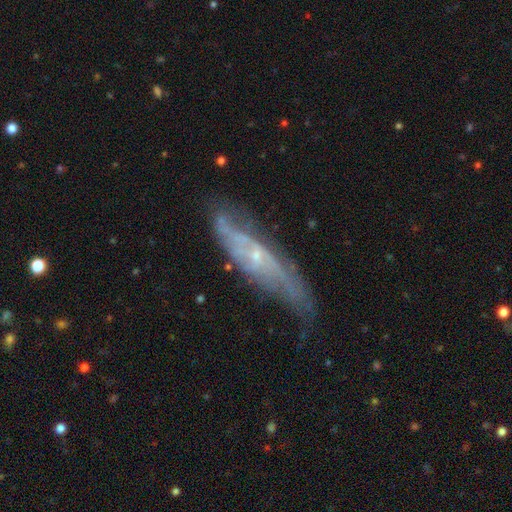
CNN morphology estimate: type=featured or disk (74%); edge-on=no (60%); merging=none (57%).